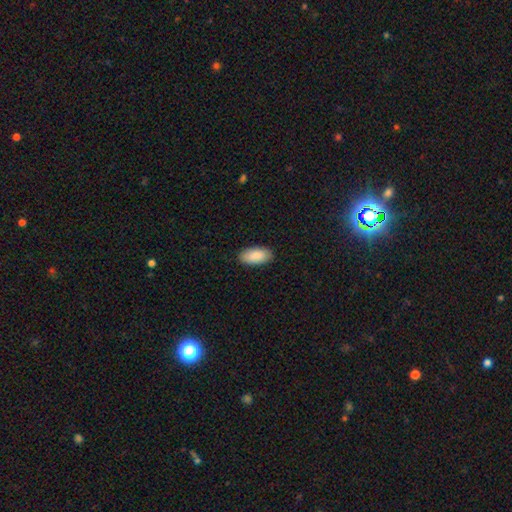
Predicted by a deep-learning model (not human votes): This appears to be a smooth galaxy with no disk features (89%) that is in between round and cigar-shaped (93%). Merging: none (89%).